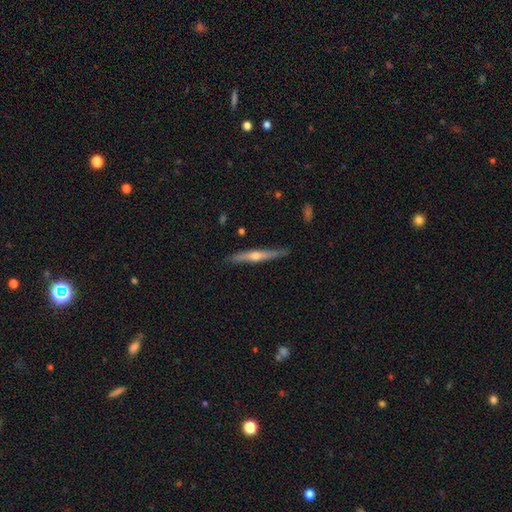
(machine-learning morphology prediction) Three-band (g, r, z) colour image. It shows a featured or disk galaxy (67%) viewed edge-on (96%) with a rounded central bulge (86%). Merging: none (85%).